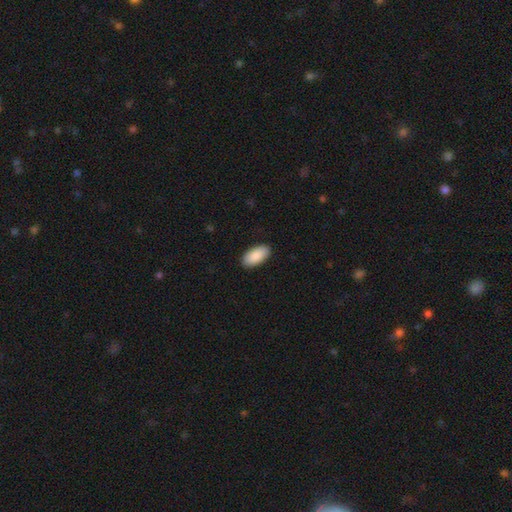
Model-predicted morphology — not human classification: This appears to be a smooth galaxy with no disk features (90%) that is in between round and cigar-shaped (95%). Merging: none (89%).